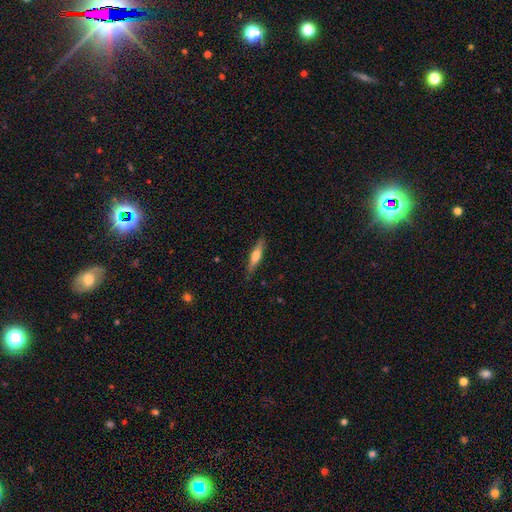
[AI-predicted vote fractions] Smooth or featured: smooth — 53% (featured or disk — 41%)
How rounded: cigar-shaped — 82% (in between — 16%)
Merging: none — 85% (minor disturbance — 12%)